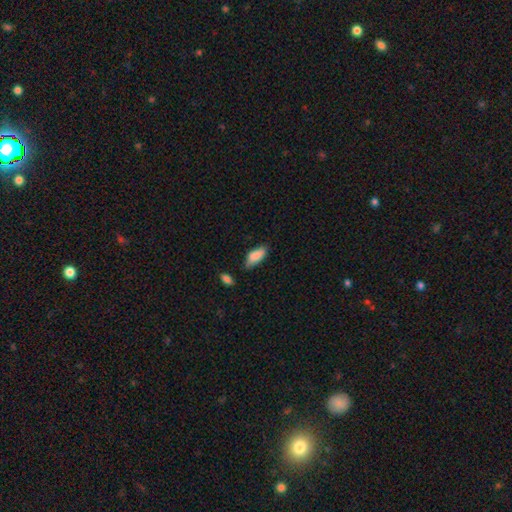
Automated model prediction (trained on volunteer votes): A smooth galaxy with no disk features (86%) that is in between round and cigar-shaped (84%).

Vote fractions:
- Smooth or featured? smooth: 86% / featured or disk: 7% / star or artifact: 7%
- How rounded? in between: 84% / cigar-shaped: 14% / round: 2%
- Merging? none: 63% / minor disturbance: 28% / major disturbance: 5% / merger: 4%